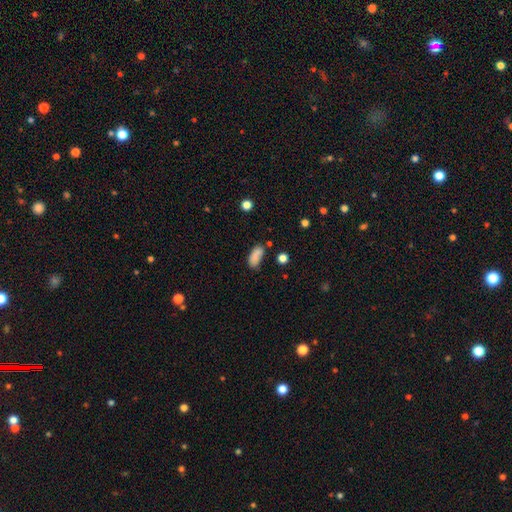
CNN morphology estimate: Smooth or featured?
  - smooth: 82% *
  - star or artifact: 11%
  - featured or disk: 7%
How rounded?
  - in between: 87% *
  - cigar-shaped: 9%
  - round: 4%
Merging?
  - none: 57% *
  - minor disturbance: 26%
  - major disturbance: 9%
  - merger: 8%